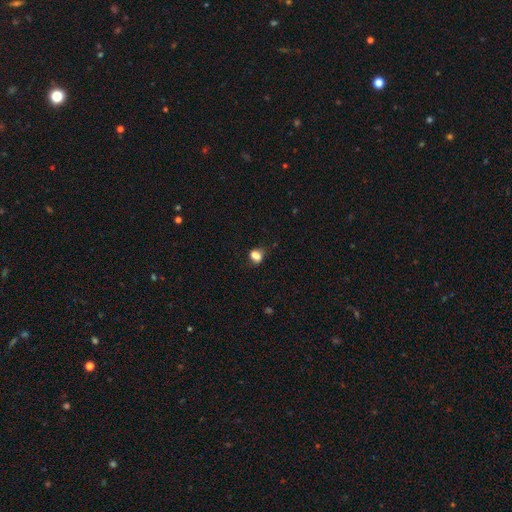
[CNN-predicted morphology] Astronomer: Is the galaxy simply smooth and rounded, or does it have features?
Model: smooth — 81%.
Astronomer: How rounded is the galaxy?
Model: in between — 58% (runner-up: round, 40%).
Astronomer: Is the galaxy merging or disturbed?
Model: none — 56%.